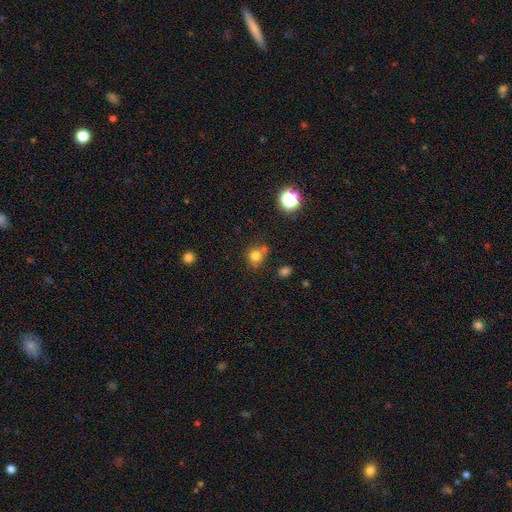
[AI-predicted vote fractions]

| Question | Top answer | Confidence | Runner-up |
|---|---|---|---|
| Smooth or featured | smooth | 77% | star or artifact (15%) |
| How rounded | round | 83% | in between (16%) |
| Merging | none | 64% | minor disturbance (16%) |